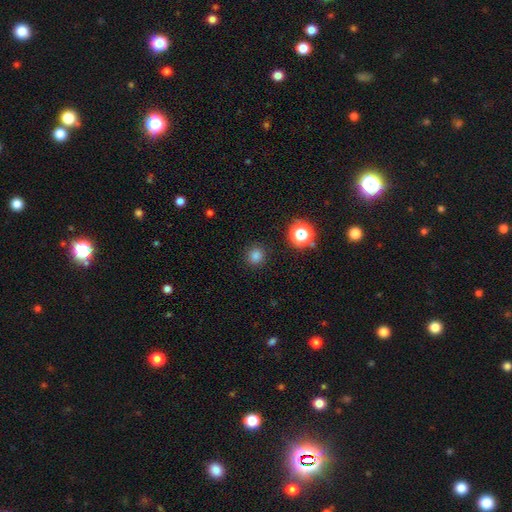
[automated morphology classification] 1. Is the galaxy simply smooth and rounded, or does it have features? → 80% smooth, 16% star or artifact, 4% featured or disk.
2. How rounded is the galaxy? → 91% round, 8% in between, 1% cigar-shaped.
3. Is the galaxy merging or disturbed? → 90% none, 6% minor disturbance, 3% major disturbance, 1% merger.